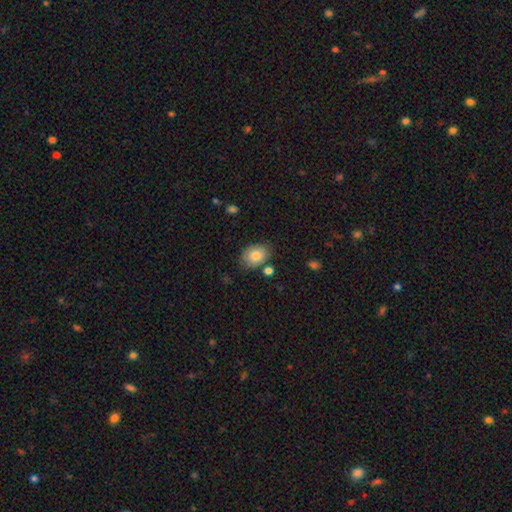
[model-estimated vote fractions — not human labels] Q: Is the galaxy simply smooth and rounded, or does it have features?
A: smooth — 82%.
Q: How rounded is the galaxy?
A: in between — 75%.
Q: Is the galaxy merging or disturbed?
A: none — 76%.